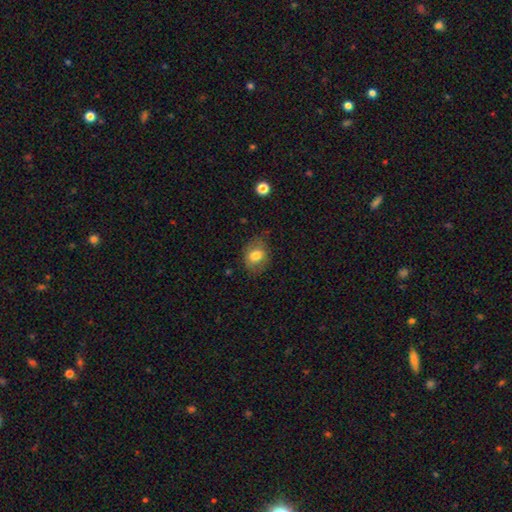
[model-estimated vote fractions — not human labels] smooth 76%, featured or disk 15%, star or artifact 9%. Down the decision tree: how rounded — in between (57%); merging — none (71%).